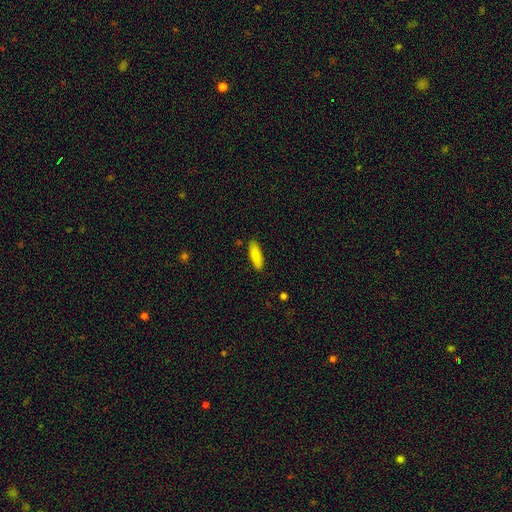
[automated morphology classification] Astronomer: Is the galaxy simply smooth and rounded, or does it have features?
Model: smooth — 83%.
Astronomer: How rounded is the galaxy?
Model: in between — 57% (runner-up: cigar-shaped, 41%).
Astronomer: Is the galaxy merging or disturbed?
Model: none — 88%.